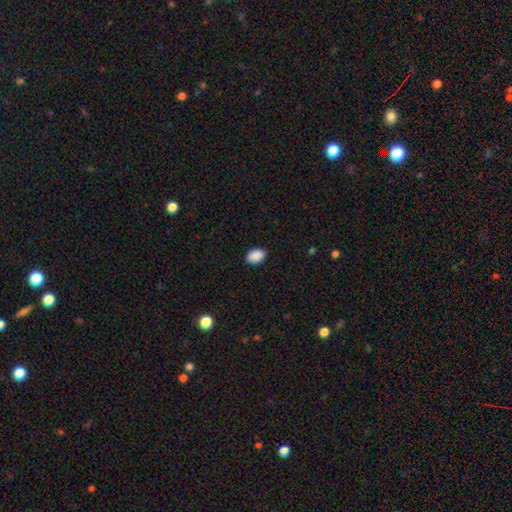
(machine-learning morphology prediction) Overall: smooth (90%). How rounded: in between (84%). Merging: none (89%).